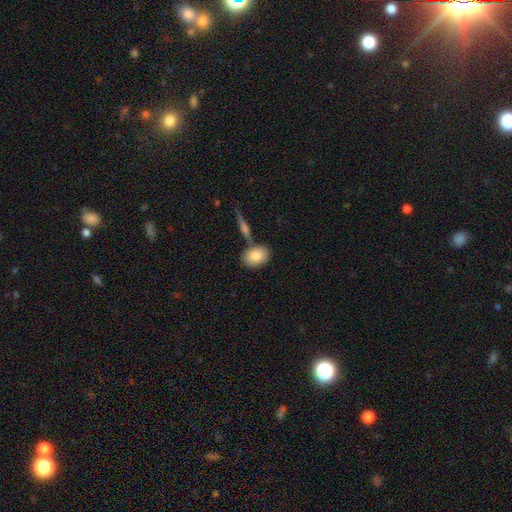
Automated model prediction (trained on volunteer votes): A smooth galaxy with no disk features (81%) that is in between round and cigar-shaped (79%). Merging: none (62%).